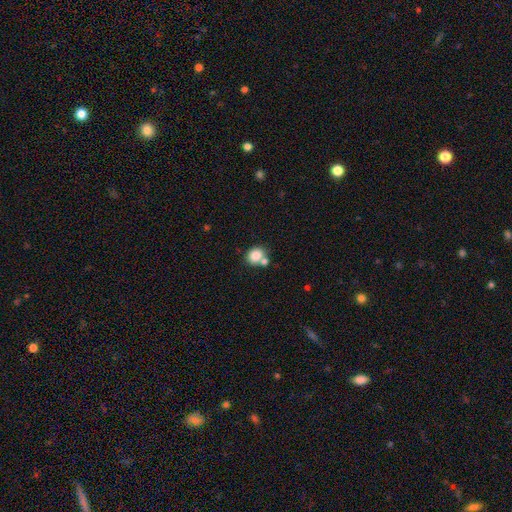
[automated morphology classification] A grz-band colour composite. It shows a smooth galaxy with no disk features (83%) that is round (69%). Merging: none (57%).